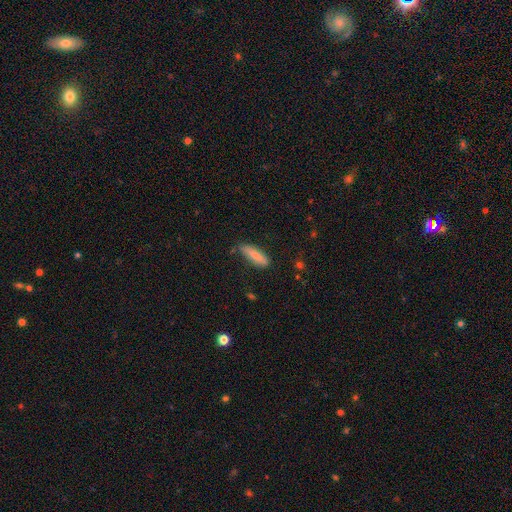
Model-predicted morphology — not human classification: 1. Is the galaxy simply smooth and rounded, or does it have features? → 81% smooth, 13% featured or disk, 6% star or artifact.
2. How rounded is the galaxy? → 65% cigar-shaped, 33% in between, 2% round.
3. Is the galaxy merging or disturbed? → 70% none, 23% minor disturbance, 4% major disturbance, 3% merger.